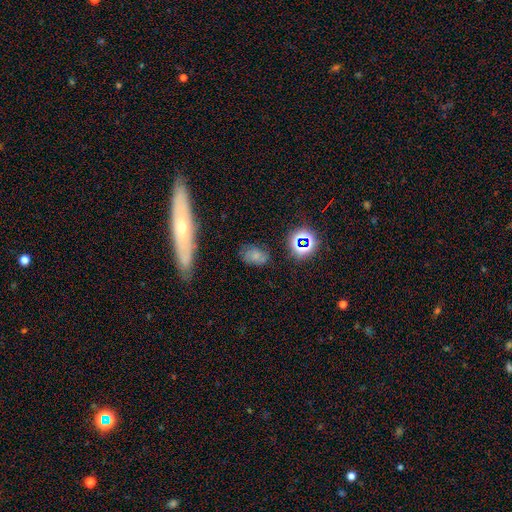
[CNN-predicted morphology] This appears to be a smooth galaxy with no disk features (54%) that is in between round and cigar-shaped (80%). Merging: none (65%).